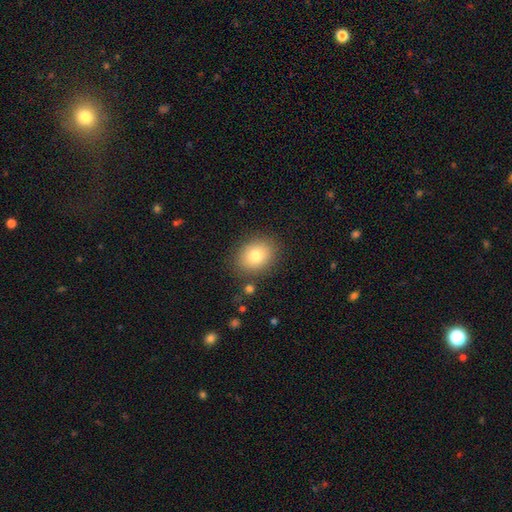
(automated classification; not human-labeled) Overall: smooth (79%). How rounded: round (54%; in between 46%). Merging: none (85%).